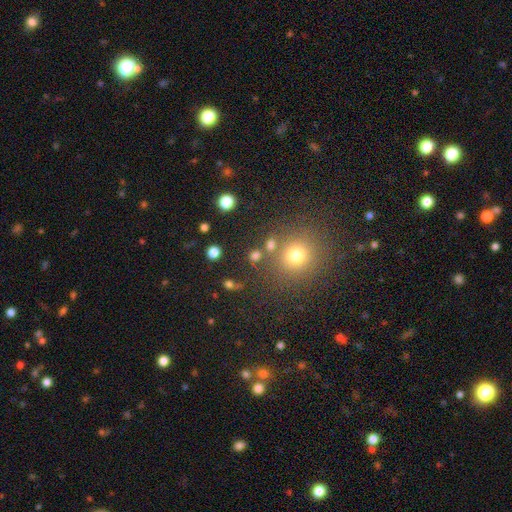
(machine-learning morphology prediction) Smooth or featured? smooth (73%)
How rounded? round (76%)
Merging? none (74%)